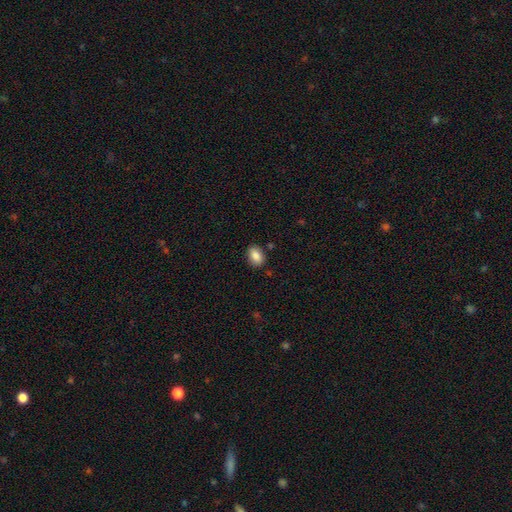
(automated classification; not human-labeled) A smooth galaxy with no disk features (86%) that is in between round and cigar-shaped (81%).

Vote fractions:
- Smooth or featured? smooth: 86% / star or artifact: 8% / featured or disk: 6%
- How rounded? in between: 81% / round: 17% / cigar-shaped: 1%
- Merging? none: 85% / minor disturbance: 10% / merger: 2% / major disturbance: 2%